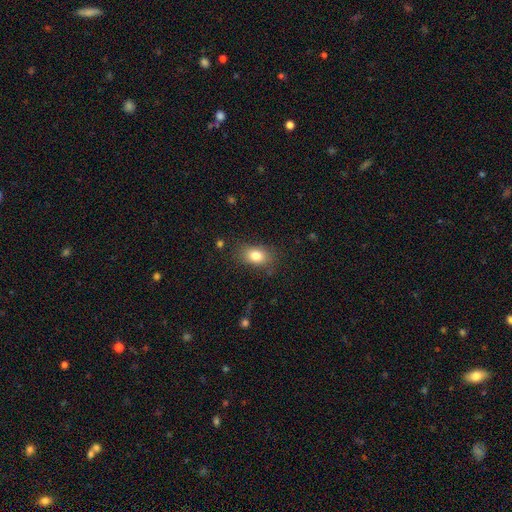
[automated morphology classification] The model was most divided on "how rounded": in between: 81%, round: 18%, cigar-shaped: 2%. More confident: smooth or featured — smooth (81%); merging — none (81%).